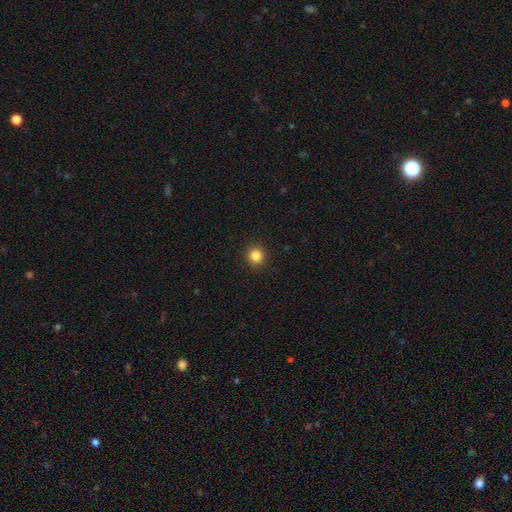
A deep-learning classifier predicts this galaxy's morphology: A smooth galaxy with no disk features (84%) that is round (93%).

Vote fractions:
- Smooth or featured? smooth: 84% / star or artifact: 12% / featured or disk: 4%
- How rounded? round: 93% / in between: 6% / cigar-shaped: 1%
- Merging? none: 93% / minor disturbance: 5% / major disturbance: 2% / merger: 1%